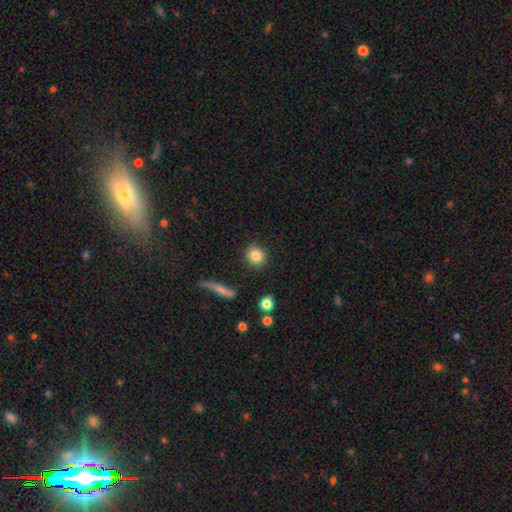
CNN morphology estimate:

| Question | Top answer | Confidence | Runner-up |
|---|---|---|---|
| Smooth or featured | smooth | 84% | star or artifact (9%) |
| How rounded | round | 88% | in between (10%) |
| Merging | none | 88% | minor disturbance (7%) |